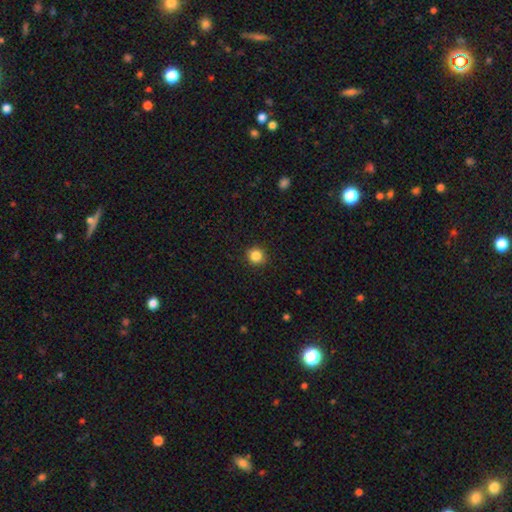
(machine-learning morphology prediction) Smooth or featured?
  - smooth: 85% *
  - star or artifact: 11%
  - featured or disk: 4%
How rounded?
  - round: 94% *
  - in between: 5%
  - cigar-shaped: 1%
Merging?
  - none: 91% *
  - minor disturbance: 6%
  - major disturbance: 2%
  - merger: 1%